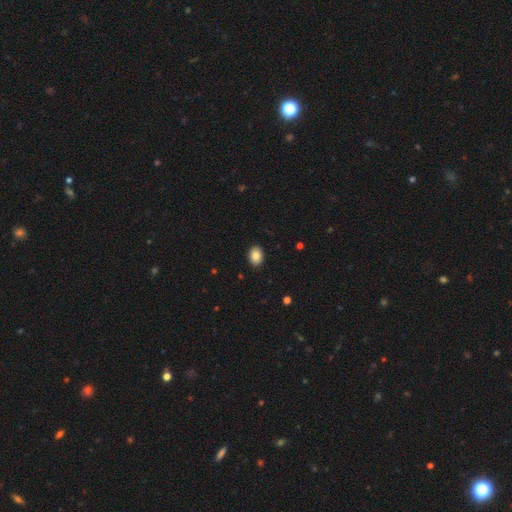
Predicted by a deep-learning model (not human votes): The model was most divided on "how rounded": in between: 73%, round: 26%, cigar-shaped: 1%. More confident: merging — none (90%); smooth or featured — smooth (85%).